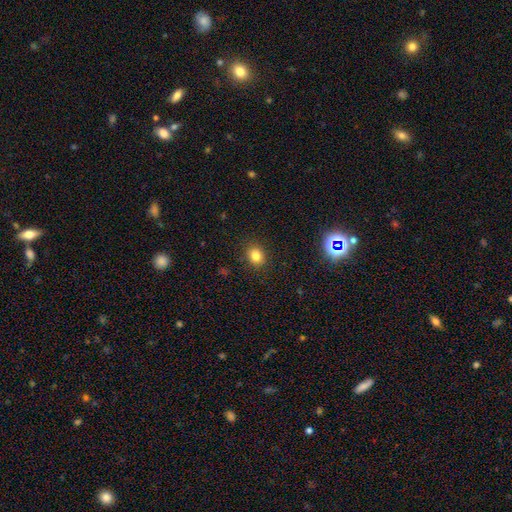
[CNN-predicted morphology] The model was most divided on "how rounded": round: 64%, in between: 35%, cigar-shaped: 1%. More confident: merging — none (89%); smooth or featured — smooth (80%).